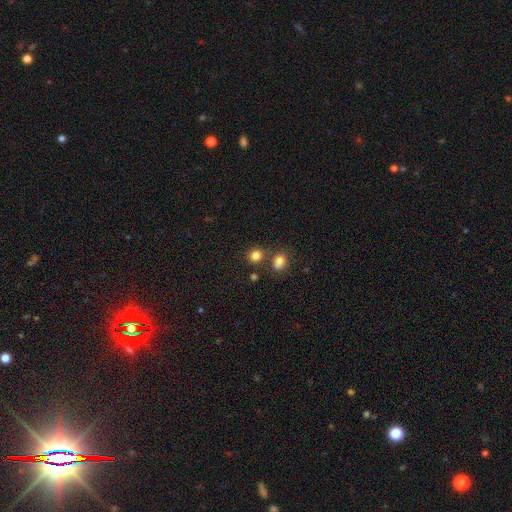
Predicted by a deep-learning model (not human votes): smooth-or-featured: smooth: 80% | star or artifact: 13% | featured or disk: 7%
  how-rounded: round: 77% | in between: 22% | cigar-shaped: 1%
  merging: none: 63% | merger: 22% | minor disturbance: 11% | major disturbance: 4%